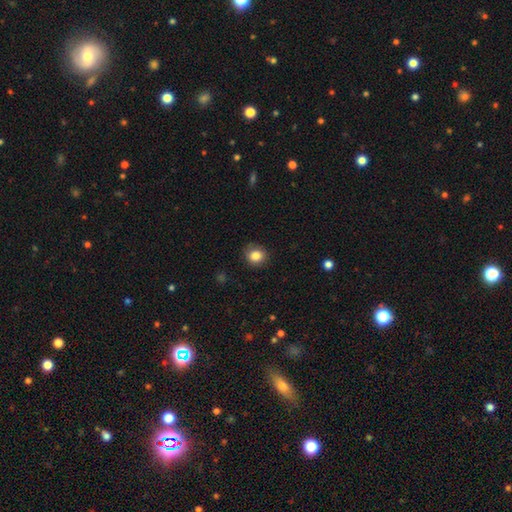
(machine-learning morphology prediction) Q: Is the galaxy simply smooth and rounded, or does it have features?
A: smooth — 83%.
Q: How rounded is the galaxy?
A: round — 81%.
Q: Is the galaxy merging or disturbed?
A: none — 85%.